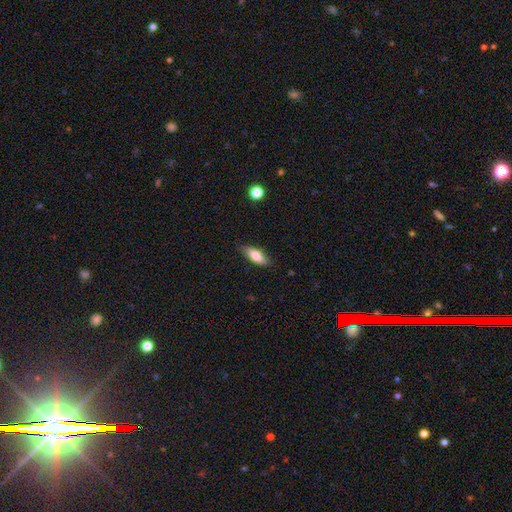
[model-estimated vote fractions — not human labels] This is likely a smooth galaxy (71%). How rounded: likely in between (62%). Merging: clearly none (82%).